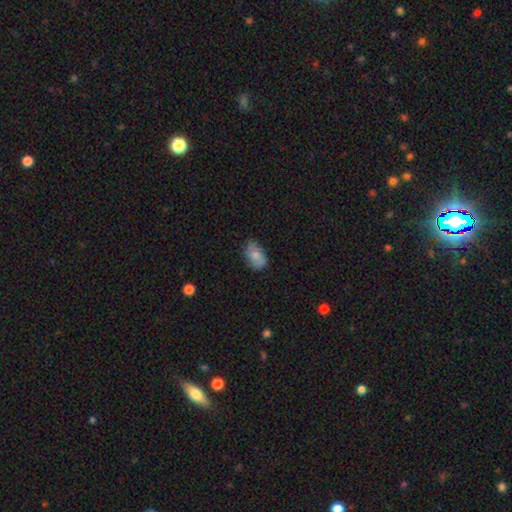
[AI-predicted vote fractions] This is likely a smooth galaxy (77%). How rounded: clearly in between (90%). Merging: likely none (72%).